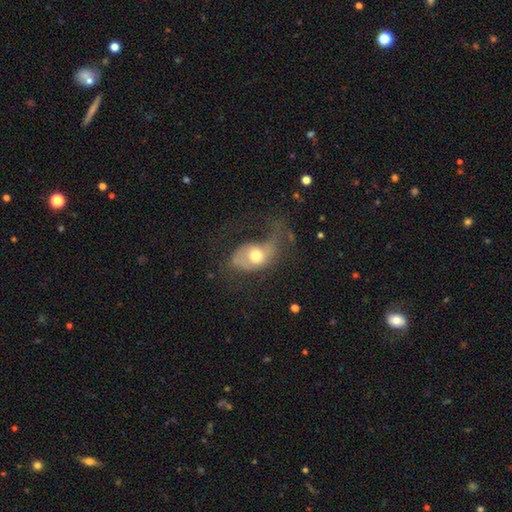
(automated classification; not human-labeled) This appears to be a smooth galaxy with no disk features (50%). Merging: major disturbance (50%).